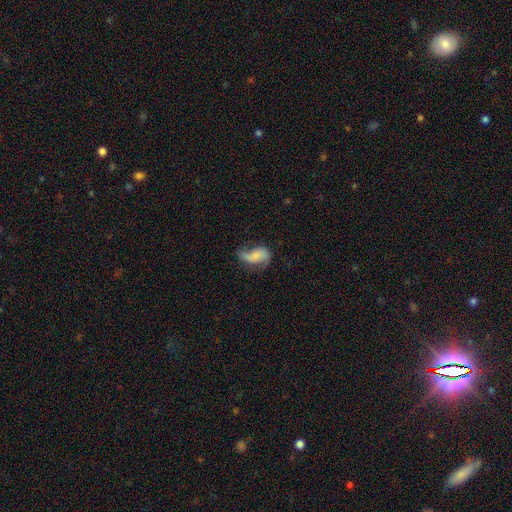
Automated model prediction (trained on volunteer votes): Morphology: type=featured or disk (59%); edge-on=no (96%); bar=no (58%); spiral arms=yes (87%); bulge=none (40%); merging=none (42%).